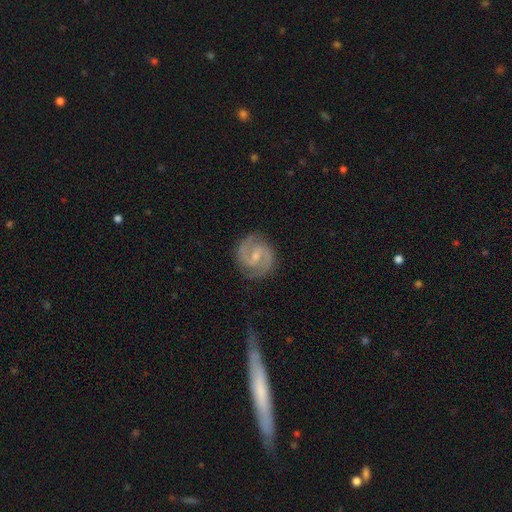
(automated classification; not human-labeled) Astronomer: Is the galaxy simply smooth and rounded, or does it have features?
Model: featured or disk — 89%.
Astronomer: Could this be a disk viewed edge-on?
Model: no — 98%.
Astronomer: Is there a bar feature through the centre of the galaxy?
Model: weak — 56%.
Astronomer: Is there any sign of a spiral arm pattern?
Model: yes — 98%.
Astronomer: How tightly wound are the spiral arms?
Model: medium — 56% (runner-up: tight, 34%).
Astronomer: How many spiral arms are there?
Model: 2 — 92%.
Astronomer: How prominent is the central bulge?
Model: small — 58% (runner-up: moderate, 35%).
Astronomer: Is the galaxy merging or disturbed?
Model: none — 83%.